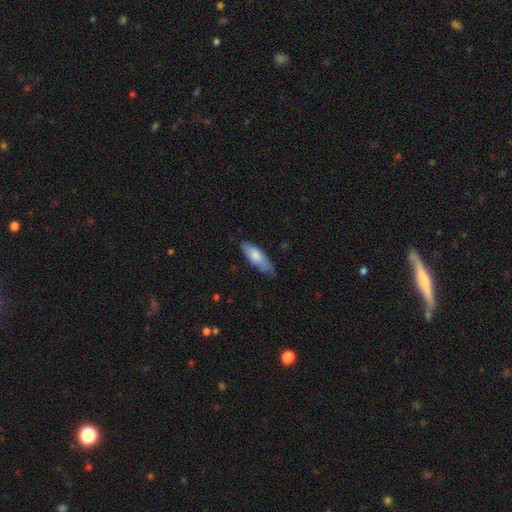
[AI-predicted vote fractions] Q: Smooth or featured?
A: smooth (76%); runner-up: featured or disk (19%)
Q: How rounded?
A: in between (64%); runner-up: cigar-shaped (35%)
Q: Merging?
A: none (68%); runner-up: minor disturbance (27%)